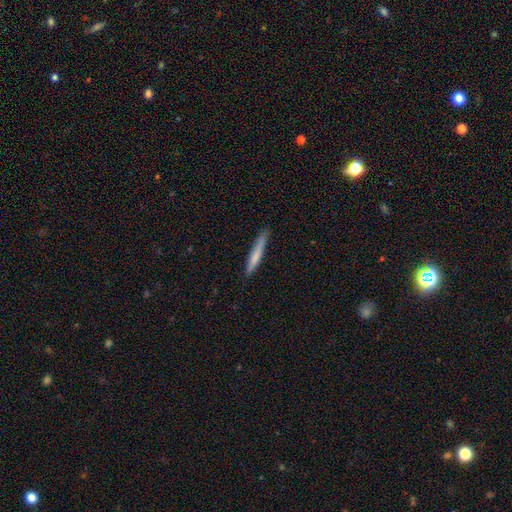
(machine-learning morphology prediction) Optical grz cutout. It shows a smooth galaxy with no disk features (70%) that is cigar-shaped (95%). Merging: none (82%).